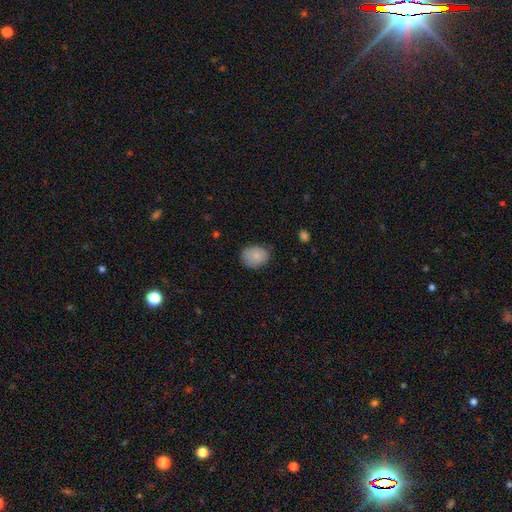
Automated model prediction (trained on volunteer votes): This appears to be a smooth galaxy with no disk features (85%) that is in between round and cigar-shaped (54%). Merging: none (73%).